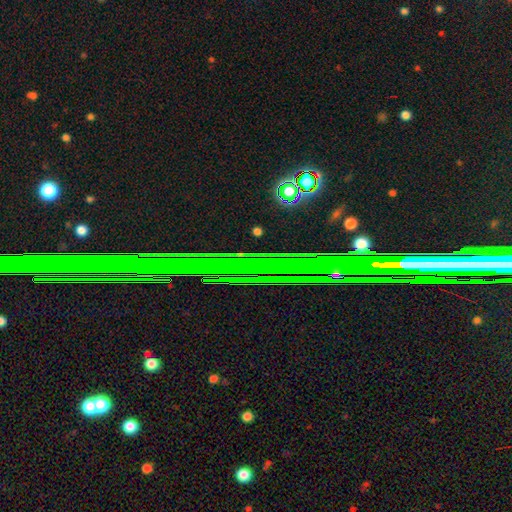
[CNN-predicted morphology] Q: Smooth or featured?
A: star or artifact (78%); runner-up: featured or disk (14%)